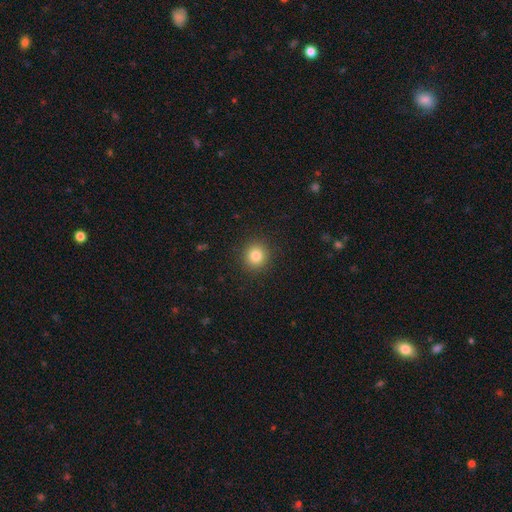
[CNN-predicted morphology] This is clearly a smooth galaxy (83%). How rounded: clearly round (90%). Merging: clearly none (91%).